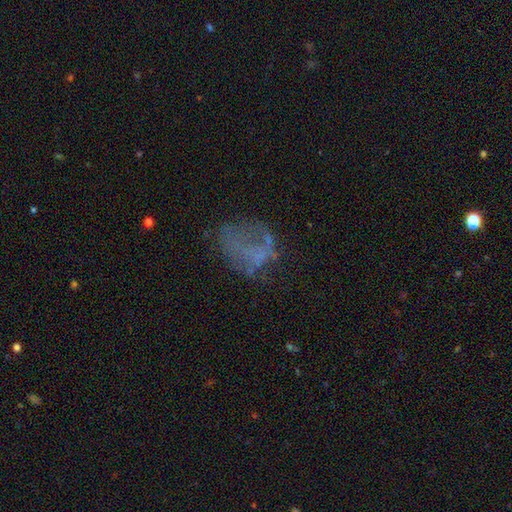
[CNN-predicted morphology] featured or disk 40%, smooth 37%, star or artifact 23%. Down the decision tree: merging — none (48%).